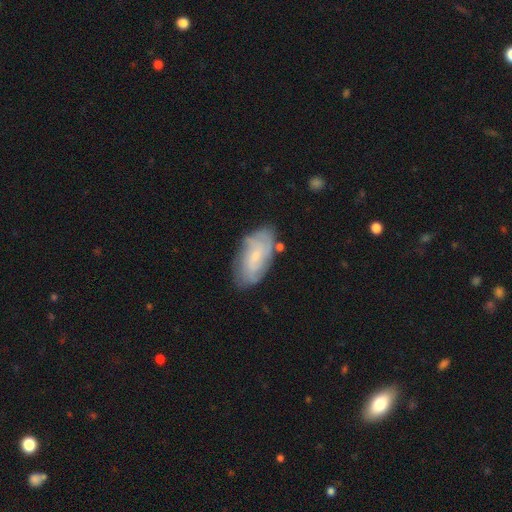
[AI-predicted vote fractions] This appears to be a featured or disk galaxy (56%) with no bar (61%), spiral arms (82%) and a small central bulge (63%). Merging: none (73%).